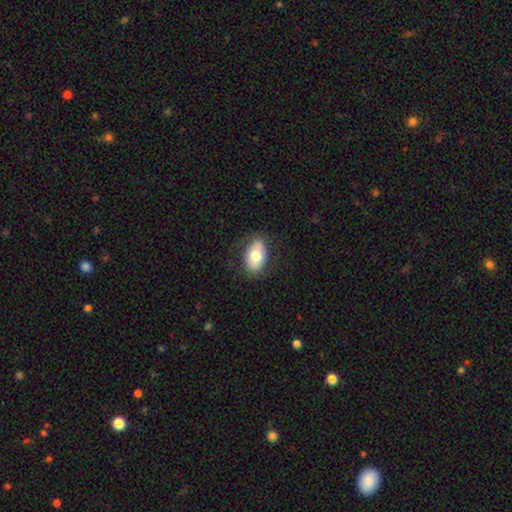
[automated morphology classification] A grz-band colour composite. It shows a smooth galaxy with no disk features (70%) that is in between round and cigar-shaped (91%). Merging: none (82%).